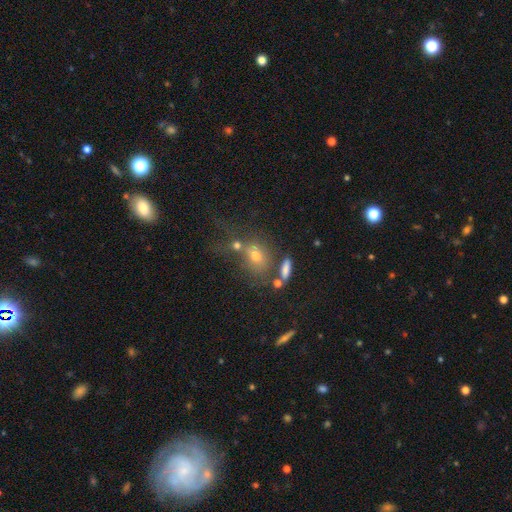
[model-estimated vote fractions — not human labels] A smooth galaxy with no disk features (58%) that is in between round and cigar-shaped (56%).

Vote fractions:
- Smooth or featured? smooth: 58% / featured or disk: 22% / star or artifact: 20%
- How rounded? in between: 56% / round: 40% / cigar-shaped: 4%
- Merging? none: 38% / merger: 35% / major disturbance: 14% / minor disturbance: 14%